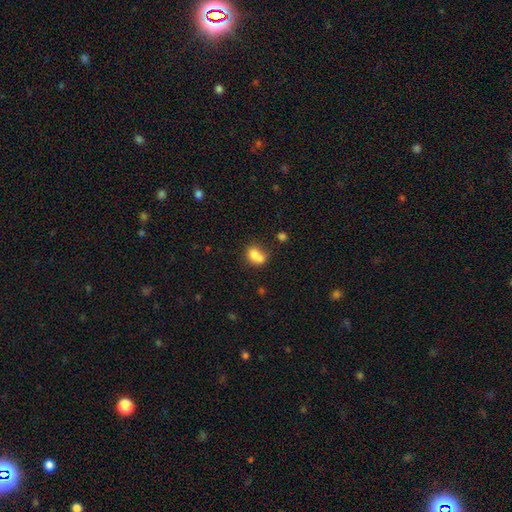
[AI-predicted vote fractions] Morphology: type=smooth (74%); roundness=in between (59%); merging=merger (59%).